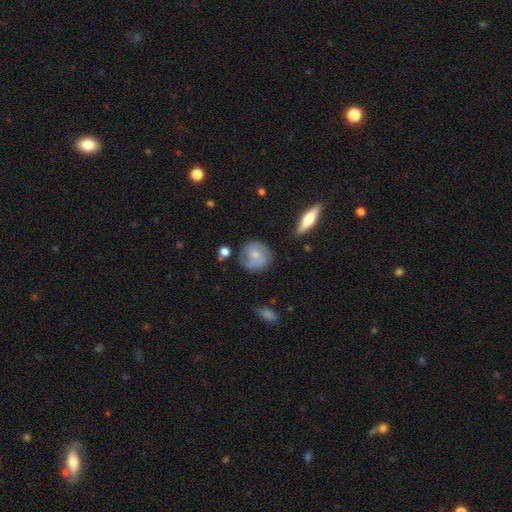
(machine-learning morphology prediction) A smooth galaxy with no disk features (48%).

Vote fractions:
- Smooth or featured? smooth: 48% / featured or disk: 45% / star or artifact: 7%
- Merging? none: 67% / minor disturbance: 22% / major disturbance: 7% / merger: 4%